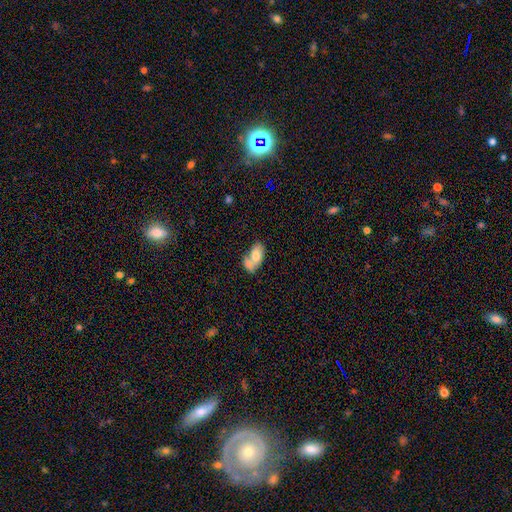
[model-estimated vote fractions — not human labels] Smooth or featured?
  - smooth: 67% *
  - featured or disk: 26%
  - star or artifact: 7%
How rounded?
  - in between: 90% *
  - round: 6%
  - cigar-shaped: 3%
Merging?
  - merger: 56% *
  - none: 26%
  - minor disturbance: 12%
  - major disturbance: 6%